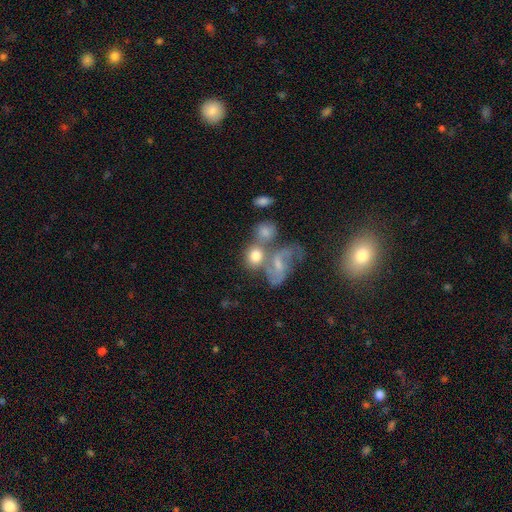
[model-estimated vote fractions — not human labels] Q: Smooth or featured?
A: smooth (61%); runner-up: featured or disk (29%)
Q: How rounded?
A: round (54%); runner-up: in between (43%)
Q: Merging?
A: merger (49%); runner-up: none (31%)